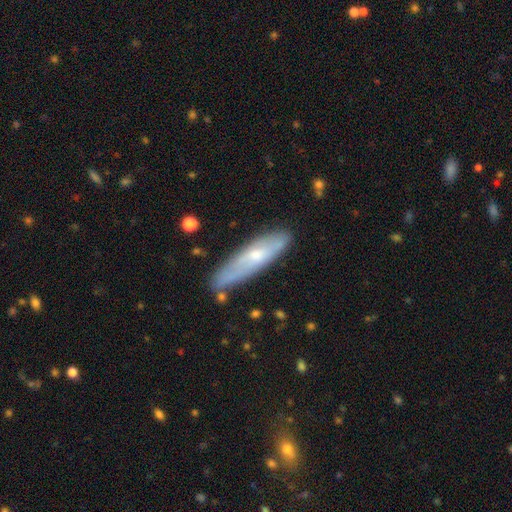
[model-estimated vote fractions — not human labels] Smooth or featured?
  - smooth: 51% *
  - featured or disk: 43%
  - star or artifact: 6%
How rounded?
  - cigar-shaped: 74% *
  - in between: 24%
  - round: 2%
Merging?
  - none: 76% *
  - minor disturbance: 18%
  - major disturbance: 3%
  - merger: 3%